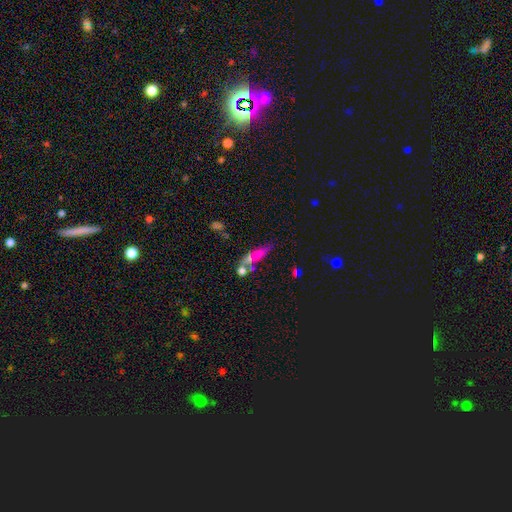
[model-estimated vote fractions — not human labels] smooth 57%, featured or disk 31%, star or artifact 12%. Down the decision tree: how rounded — cigar-shaped (69%); merging — none (51%).